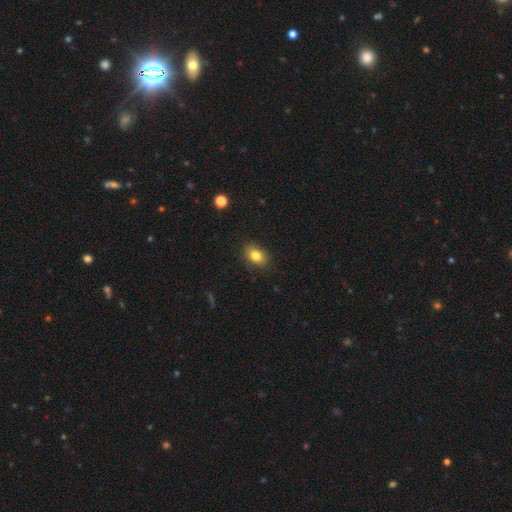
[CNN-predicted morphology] smooth_or_featured: smooth (p=0.81) [alt: star or artifact p=0.10]
how_rounded: in between (p=0.73) [alt: round p=0.26]
merging: none (p=0.86) [alt: minor disturbance p=0.11]